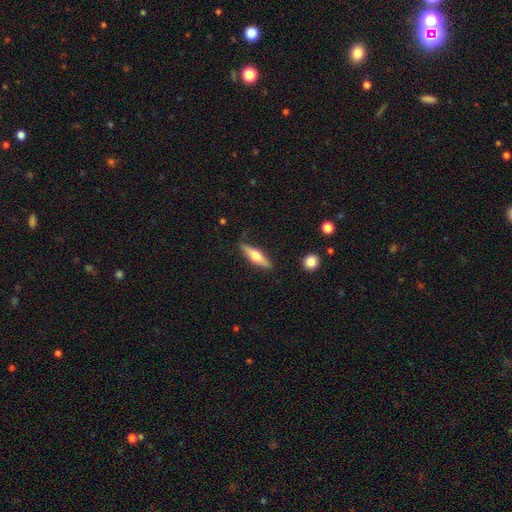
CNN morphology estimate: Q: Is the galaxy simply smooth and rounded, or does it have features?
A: featured or disk — 51%.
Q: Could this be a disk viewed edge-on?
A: yes — 92%.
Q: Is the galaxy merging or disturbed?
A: none — 82%.